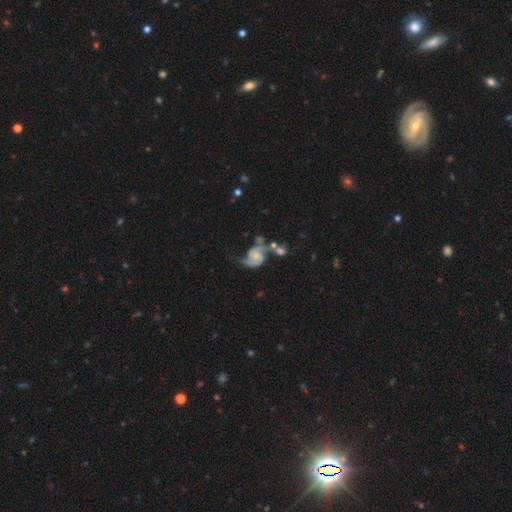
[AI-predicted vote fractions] Overall: featured or disk (84%). Edge-on disk: no (98%). Bar: no (58%; weak 34%). Spiral arms: yes (96%). Spiral arm count: 2 (89%). Spiral winding: medium (47%; loose 37%). Bulge size: small (47%; moderate 27%). Merging: none (40%; minor disturbance 21%).